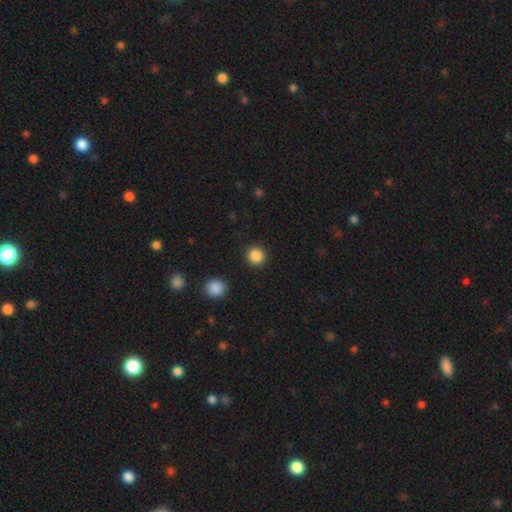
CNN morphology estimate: This is clearly a smooth galaxy (87%). How rounded: clearly round (95%). Merging: clearly none (92%).